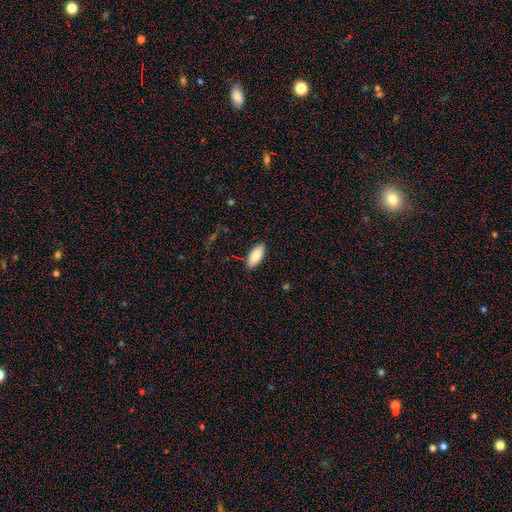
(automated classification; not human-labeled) Q: Smooth or featured?
A: smooth (85%); runner-up: featured or disk (9%)
Q: How rounded?
A: in between (87%); runner-up: cigar-shaped (11%)
Q: Merging?
A: none (87%); runner-up: minor disturbance (10%)